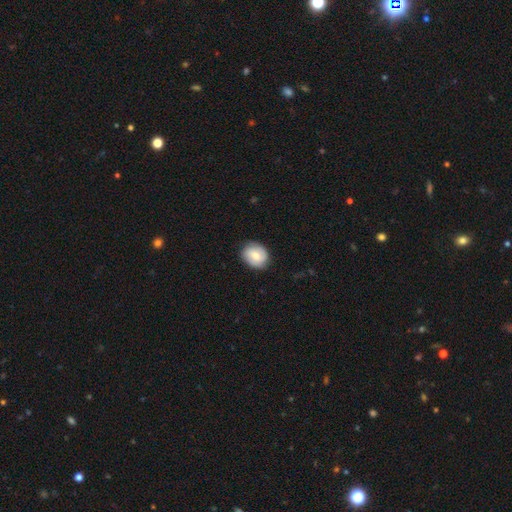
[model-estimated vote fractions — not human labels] Smooth or featured?
  - smooth: 66% *
  - featured or disk: 27%
  - star or artifact: 7%
How rounded?
  - round: 61% *
  - in between: 38%
  - cigar-shaped: 1%
Merging?
  - none: 84% *
  - minor disturbance: 12%
  - major disturbance: 3%
  - merger: 1%